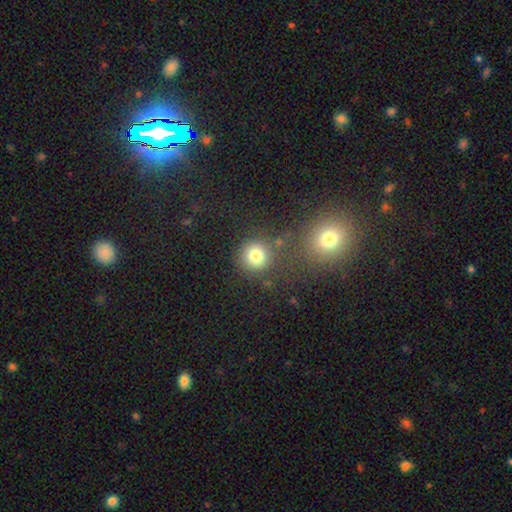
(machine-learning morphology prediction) type=smooth (79%); roundness=round (92%); merging=none (78%).